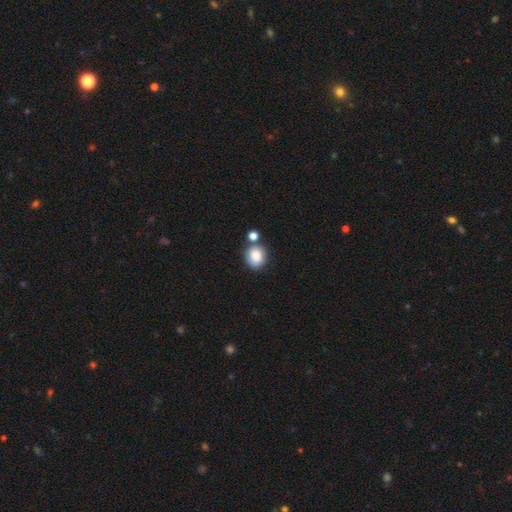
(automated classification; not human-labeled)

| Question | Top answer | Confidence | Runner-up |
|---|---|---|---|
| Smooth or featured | smooth | 84% | star or artifact (9%) |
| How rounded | round | 71% | in between (28%) |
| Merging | none | 62% | merger (20%) |